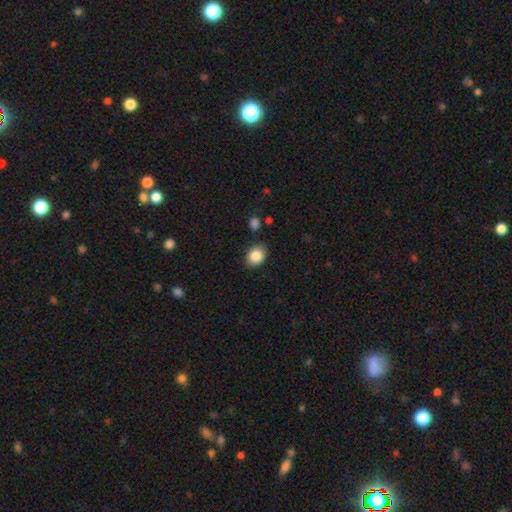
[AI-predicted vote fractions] smooth_or_featured: smooth (p=0.86) [alt: star or artifact p=0.08]
how_rounded: in between (p=0.61) [alt: round p=0.38]
merging: none (p=0.84) [alt: minor disturbance p=0.11]